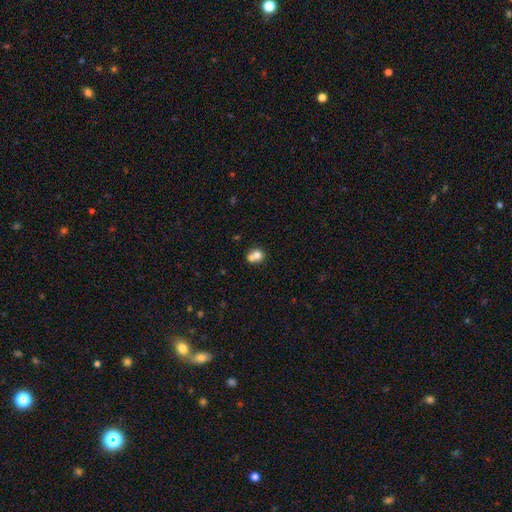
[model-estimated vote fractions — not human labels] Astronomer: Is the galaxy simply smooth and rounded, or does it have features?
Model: smooth — 72%.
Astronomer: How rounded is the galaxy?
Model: round — 75%.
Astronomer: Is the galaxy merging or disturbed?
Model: merger — 58%.